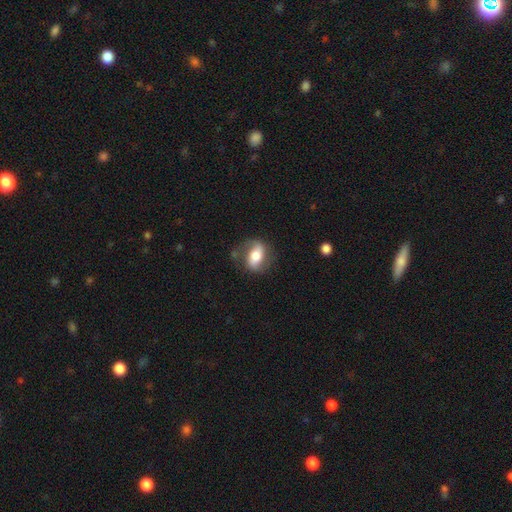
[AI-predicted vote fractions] Smooth or featured? featured or disk (54%)
Edge-on disk? no (93%)
Bar? strong (37%)
Spiral arms? yes (79%)
Bulge size? moderate (54%)
Merging? none (66%)